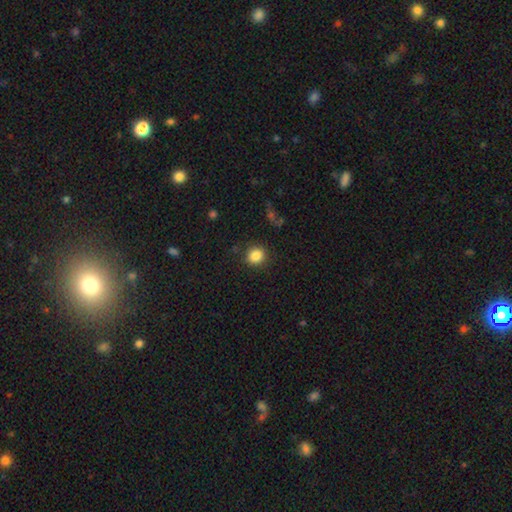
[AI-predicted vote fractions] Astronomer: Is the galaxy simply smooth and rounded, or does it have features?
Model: smooth — 85%.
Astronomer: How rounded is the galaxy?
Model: round — 84%.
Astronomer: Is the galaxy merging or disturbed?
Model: none — 87%.